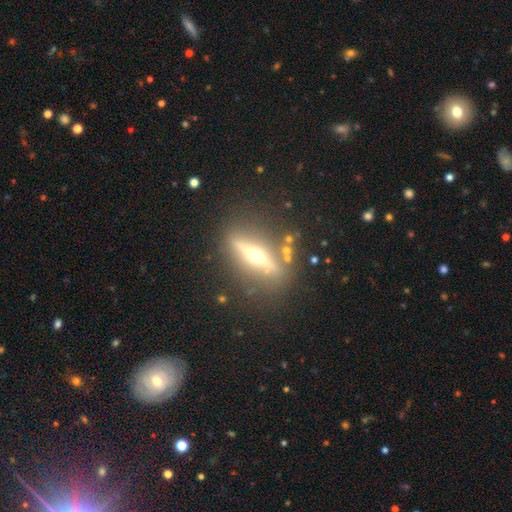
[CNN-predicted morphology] Smooth or featured: featured or disk — 76% (smooth — 17%)
Edge-on disk: yes — 91% (no — 9%)
Edge-on bulge: rounded — 96% (none — 2%)
Merging: none — 84% (minor disturbance — 10%)